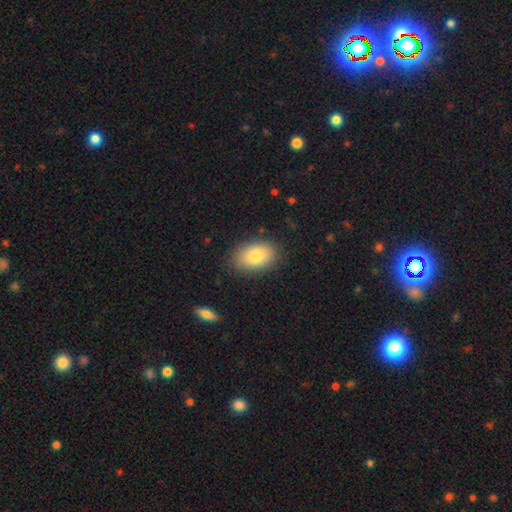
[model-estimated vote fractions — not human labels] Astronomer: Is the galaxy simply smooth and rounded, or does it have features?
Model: smooth — 82%.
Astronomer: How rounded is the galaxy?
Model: in between — 90%.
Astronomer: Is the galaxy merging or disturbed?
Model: none — 86%.